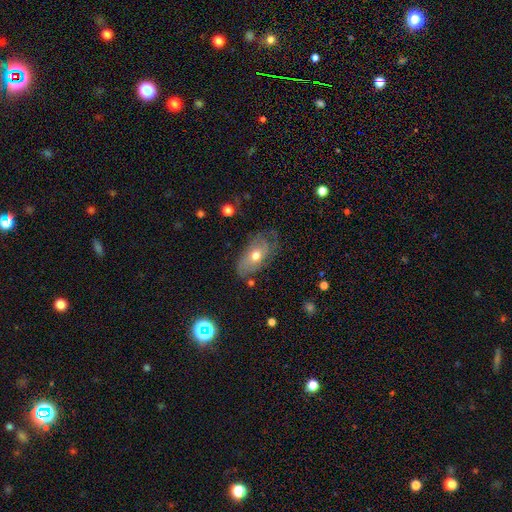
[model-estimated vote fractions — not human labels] Morphology: type=featured or disk (55%); edge-on=no (89%); merging=none (56%).